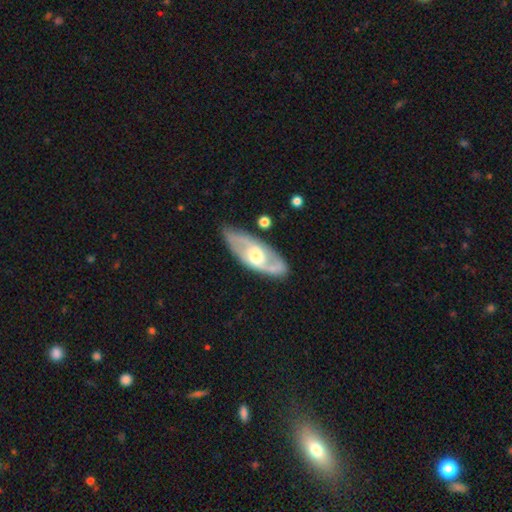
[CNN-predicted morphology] This is likely a featured or disk galaxy (74%). It is clearly not viewed edge-on (83%). Bar: possibly no (58%). Spiral arm pattern: likely yes (78%). Central bulge: likely moderate (64%). Merging: likely none (78%).